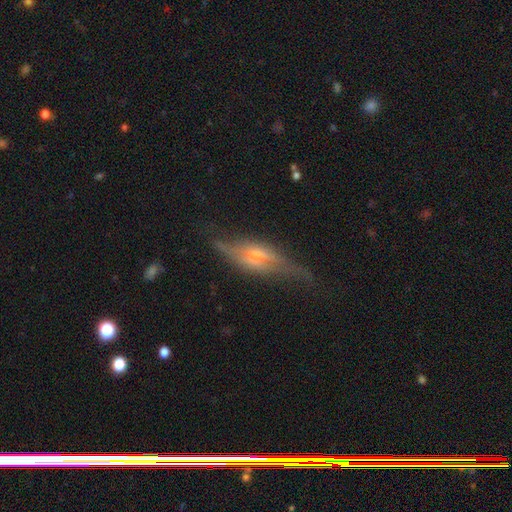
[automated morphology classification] A featured or disk galaxy (73%) viewed edge-on (69%) with a rounded central bulge (78%). Merging: none (60%).